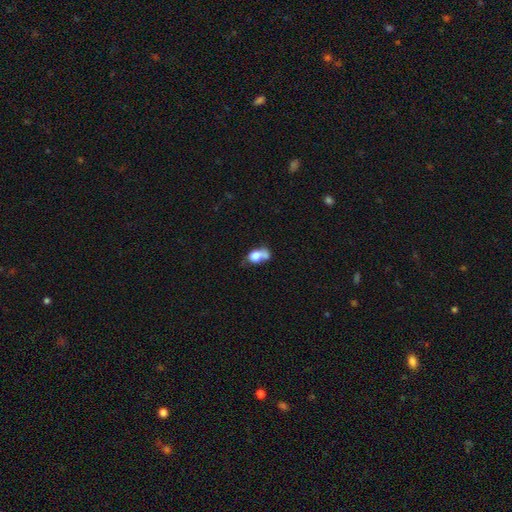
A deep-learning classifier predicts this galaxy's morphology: smooth-or-featured: smooth: 71% | featured or disk: 19% | star or artifact: 10%
  how-rounded: in between: 66% | round: 31% | cigar-shaped: 4%
  merging: merger: 42% | none: 23% | major disturbance: 18% | minor disturbance: 17%